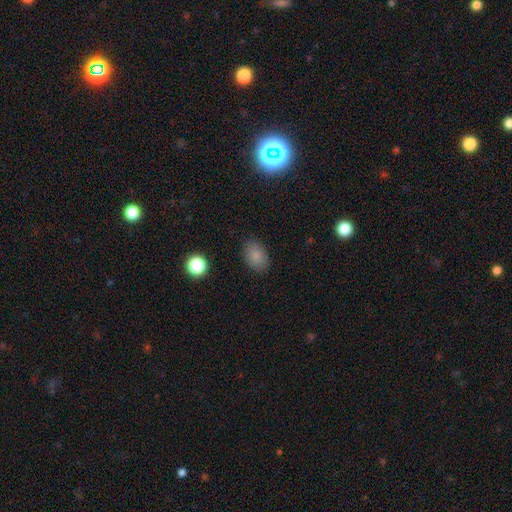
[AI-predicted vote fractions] smooth_or_featured: smooth (p=0.85) [alt: star or artifact p=0.09]
how_rounded: in between (p=0.84) [alt: round p=0.14]
merging: none (p=0.85) [alt: minor disturbance p=0.11]